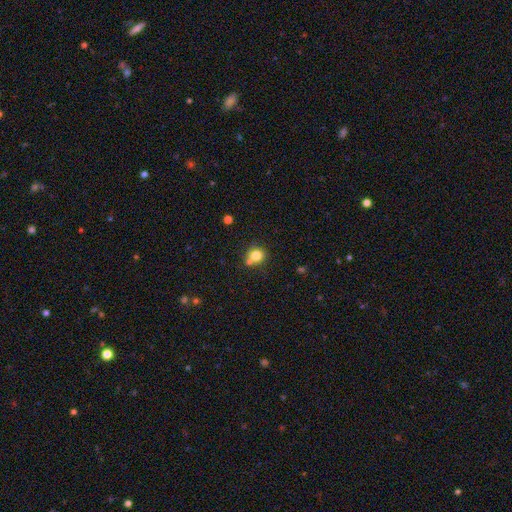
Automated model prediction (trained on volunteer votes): smooth-or-featured: smooth: 80% | star or artifact: 12% | featured or disk: 8%
  how-rounded: round: 86% | in between: 13% | cigar-shaped: 1%
  merging: none: 62% | merger: 24% | minor disturbance: 10% | major disturbance: 3%